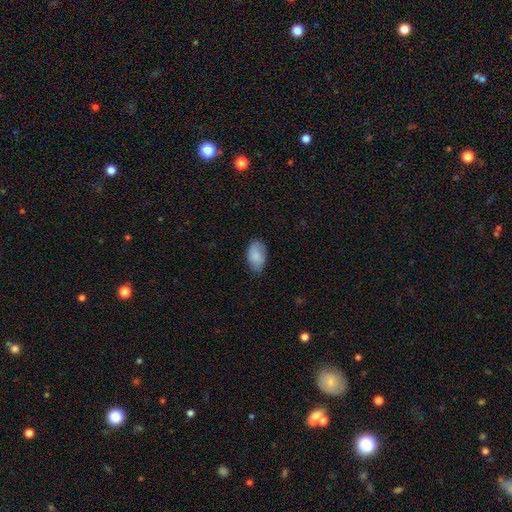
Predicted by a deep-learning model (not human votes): Q: Smooth or featured?
A: smooth (85%); runner-up: featured or disk (8%)
Q: How rounded?
A: in between (93%); runner-up: round (6%)
Q: Merging?
A: none (70%); runner-up: minor disturbance (25%)